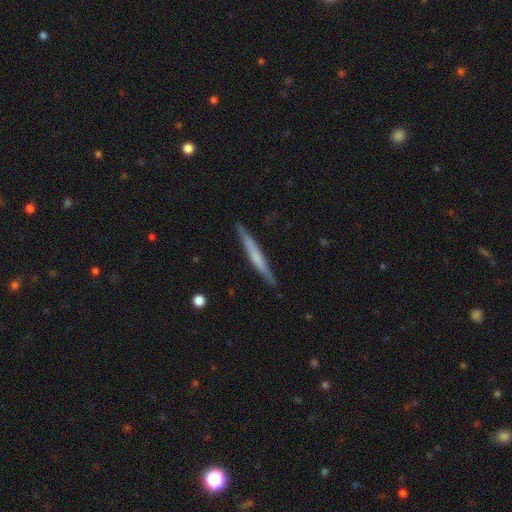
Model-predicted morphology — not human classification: This appears to be a smooth galaxy with no disk features (48%). Merging: none (87%).